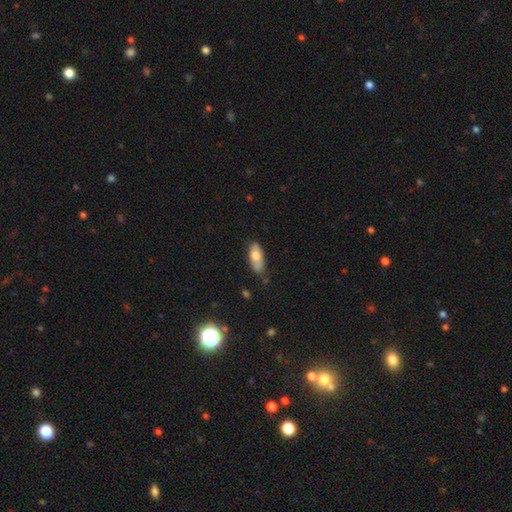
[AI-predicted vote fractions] A smooth galaxy with no disk features (69%) that is in between round and cigar-shaped (83%). Merging: none (66%).